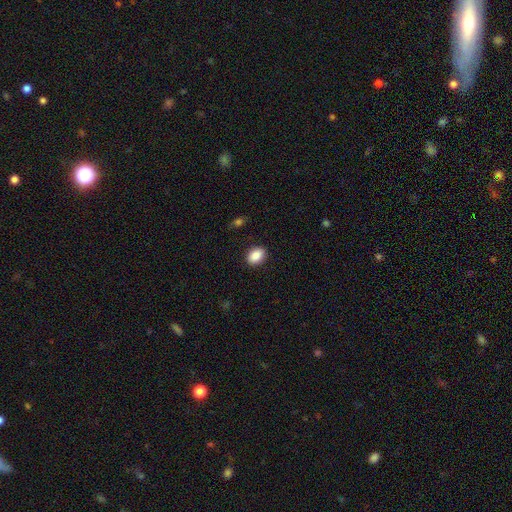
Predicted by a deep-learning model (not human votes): Smooth or featured: smooth — 89% (star or artifact — 8%)
How rounded: in between — 73% (round — 26%)
Merging: none — 89% (minor disturbance — 8%)